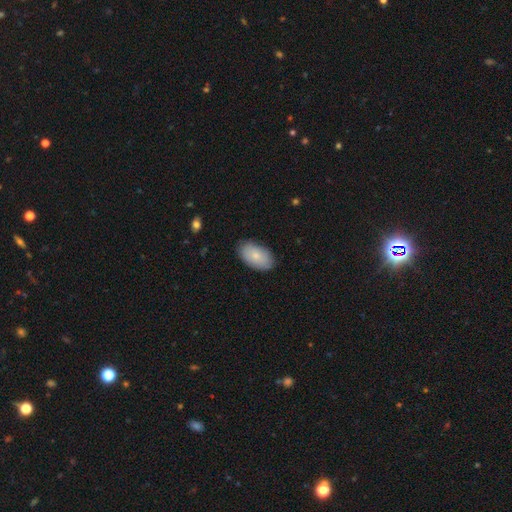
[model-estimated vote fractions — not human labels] This appears to be a smooth galaxy with no disk features (81%) that is in between round and cigar-shaped (94%). Merging: none (84%).